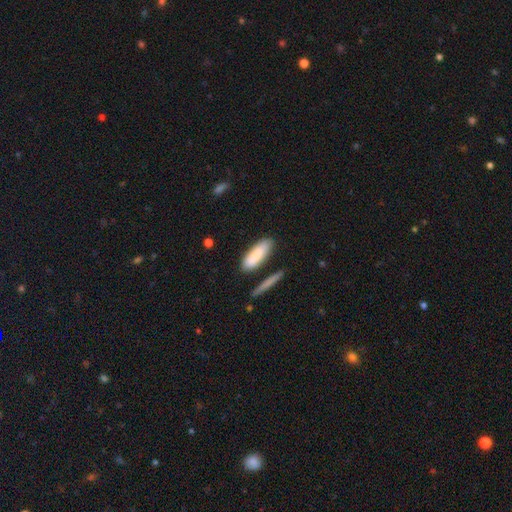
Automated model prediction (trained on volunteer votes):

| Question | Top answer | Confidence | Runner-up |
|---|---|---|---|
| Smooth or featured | smooth | 84% | featured or disk (11%) |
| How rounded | in between | 53% | cigar-shaped (45%) |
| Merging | none | 76% | minor disturbance (15%) |